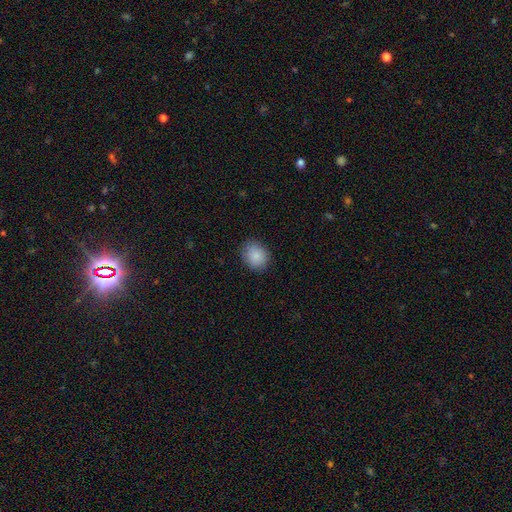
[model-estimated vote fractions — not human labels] Smooth or featured?
  - smooth: 88% *
  - star or artifact: 8%
  - featured or disk: 5%
How rounded?
  - round: 56% *
  - in between: 43%
  - cigar-shaped: 1%
Merging?
  - none: 85% *
  - minor disturbance: 11%
  - major disturbance: 3%
  - merger: 1%